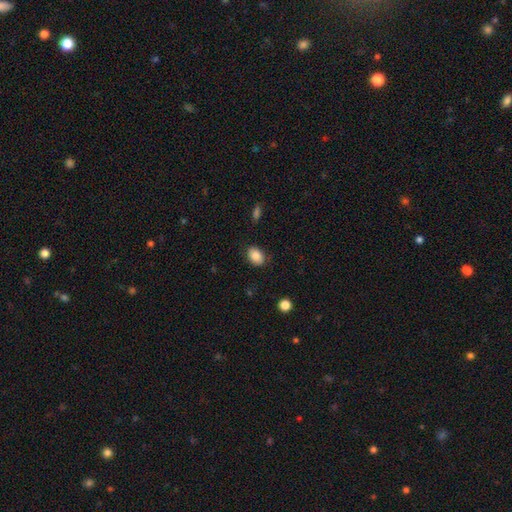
A smooth galaxy with no disk features (90%) that is in between round and cigar-shaped (64%). Merging: none (79%).